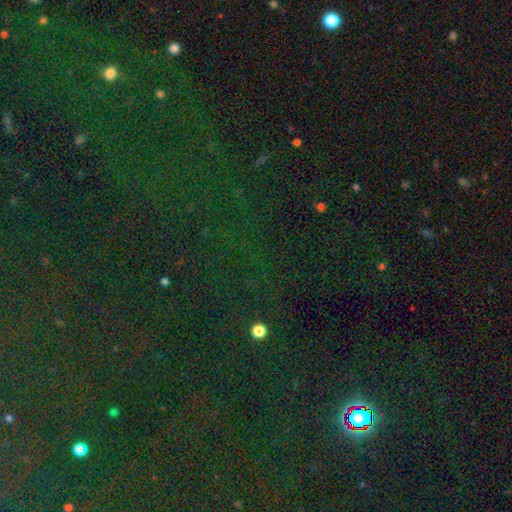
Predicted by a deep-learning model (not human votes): Q: Smooth or featured?
A: star or artifact (82%); runner-up: smooth (11%)